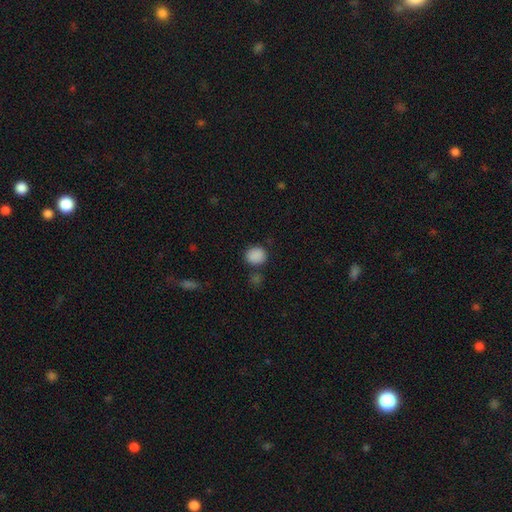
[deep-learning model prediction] smooth-or-featured: smooth: 87% | star or artifact: 10% | featured or disk: 3%
  how-rounded: round: 73% | in between: 26% | cigar-shaped: 1%
  merging: none: 78% | minor disturbance: 11% | merger: 7% | major disturbance: 4%